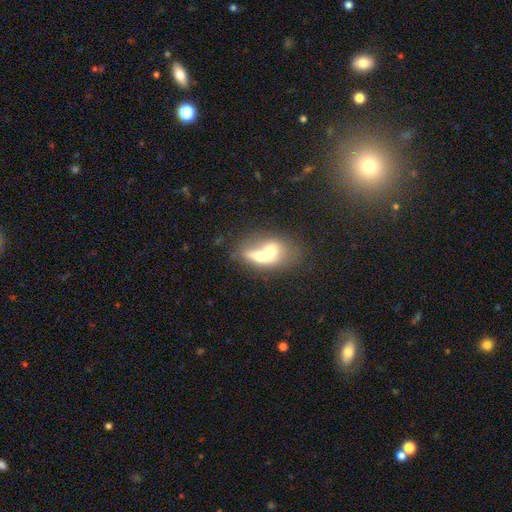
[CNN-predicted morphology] smooth 59%, featured or disk 32%, star or artifact 8%. Down the decision tree: how rounded — in between (61%); merging — merger (74%).